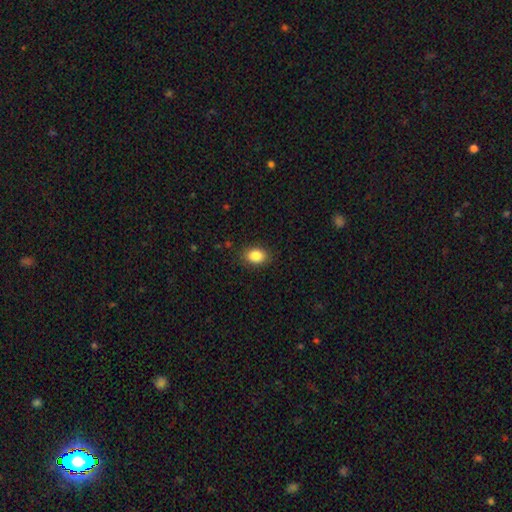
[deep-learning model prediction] Smooth or featured: smooth — 86% (star or artifact — 9%)
How rounded: in between — 74% (round — 25%)
Merging: none — 87% (minor disturbance — 10%)